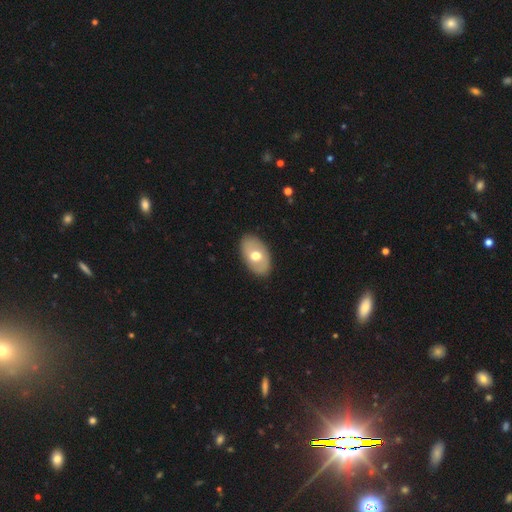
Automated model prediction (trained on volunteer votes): Smooth or featured?
  - smooth: 59% *
  - featured or disk: 35%
  - star or artifact: 6%
How rounded?
  - in between: 91% *
  - round: 8%
  - cigar-shaped: 1%
Merging?
  - none: 87% *
  - minor disturbance: 10%
  - major disturbance: 2%
  - merger: 1%